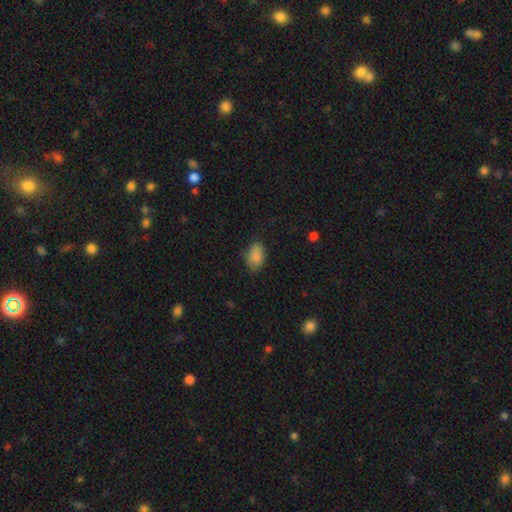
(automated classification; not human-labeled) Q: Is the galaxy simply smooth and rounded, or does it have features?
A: smooth — 87%.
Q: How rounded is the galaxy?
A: in between — 89%.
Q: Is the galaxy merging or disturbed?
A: none — 76%.